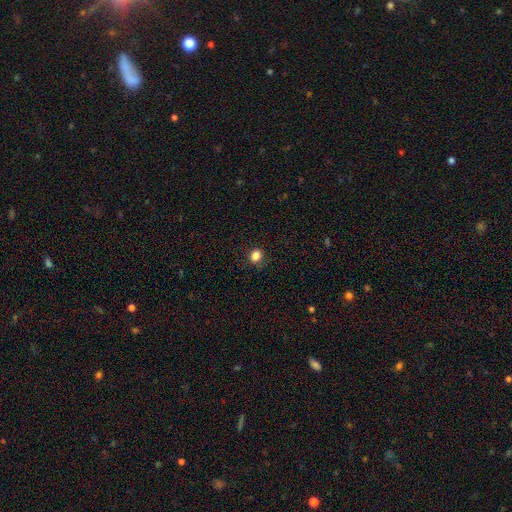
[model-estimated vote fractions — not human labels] Q: Smooth or featured?
A: smooth (84%); runner-up: star or artifact (12%)
Q: How rounded?
A: round (67%); runner-up: in between (32%)
Q: Merging?
A: none (85%); runner-up: minor disturbance (11%)